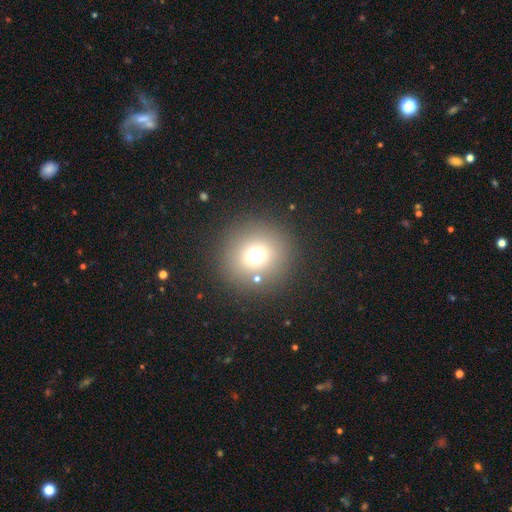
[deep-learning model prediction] Smooth or featured? Predicted: smooth (p=0.68). How rounded? Predicted: round (p=0.93). Merging? Predicted: none (p=0.85).